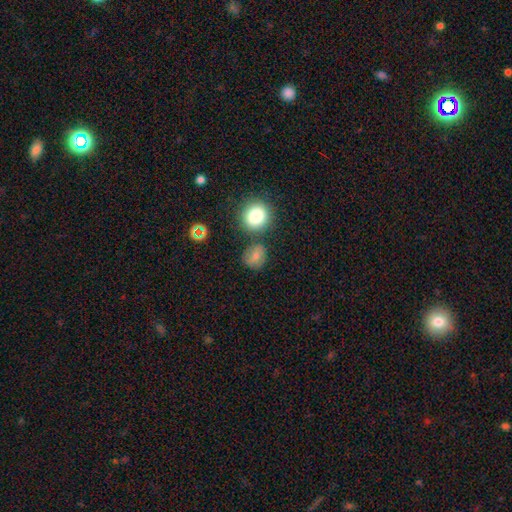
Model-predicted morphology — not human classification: Smooth or featured? Predicted: smooth (p=0.74). How rounded? Predicted: round (p=0.71). Merging? Predicted: none (p=0.68).